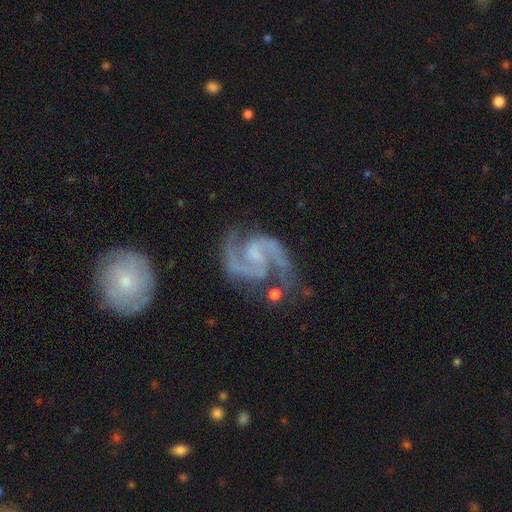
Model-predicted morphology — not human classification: Smooth or featured? featured or disk (93%)
Edge-on disk? no (98%)
Bar? weak (51%)
Spiral arms? yes (98%)
Spiral winding? medium (64%)
Spiral arm count? 2 (93%)
Bulge size? none (40%)
Merging? none (67%)